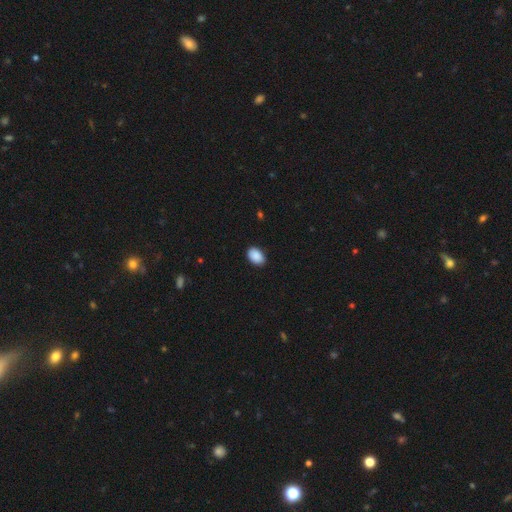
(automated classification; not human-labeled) smooth_or_featured: smooth (p=0.91) [alt: star or artifact p=0.07]
how_rounded: in between (p=0.87) [alt: round p=0.12]
merging: none (p=0.89) [alt: minor disturbance p=0.08]